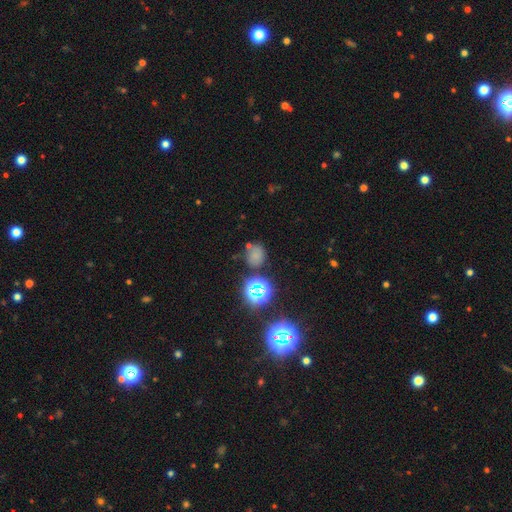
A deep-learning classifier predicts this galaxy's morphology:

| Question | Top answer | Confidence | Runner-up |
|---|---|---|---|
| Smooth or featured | smooth | 61% | star or artifact (30%) |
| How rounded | round | 67% | in between (32%) |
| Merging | none | 62% | minor disturbance (18%) |